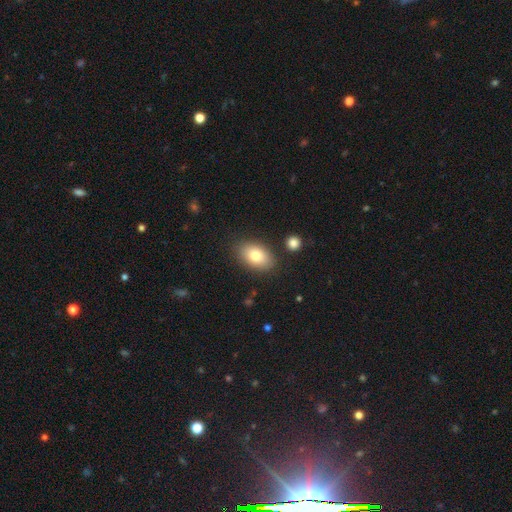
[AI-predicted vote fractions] smooth 79%, featured or disk 14%, star or artifact 8%. Down the decision tree: how rounded — in between (90%); merging — none (84%).